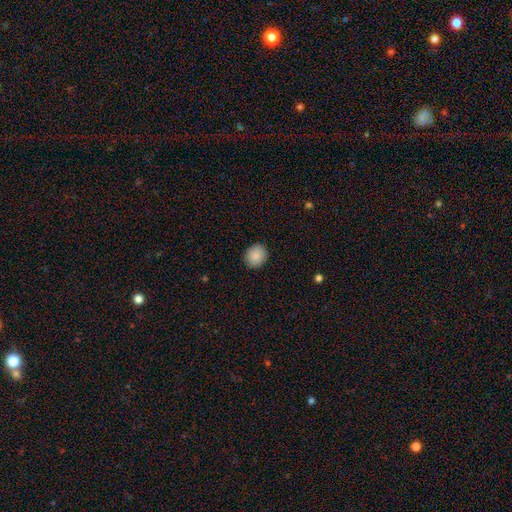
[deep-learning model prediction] Morphology: type=smooth (89%); roundness=round (72%); merging=none (90%).